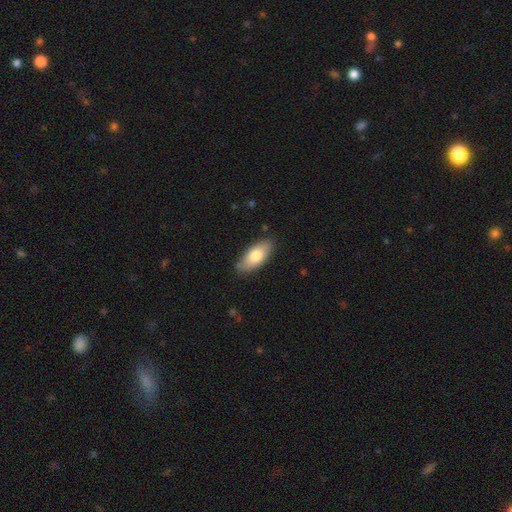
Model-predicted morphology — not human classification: Smooth or featured? smooth (77%)
How rounded? in between (87%)
Merging? none (83%)